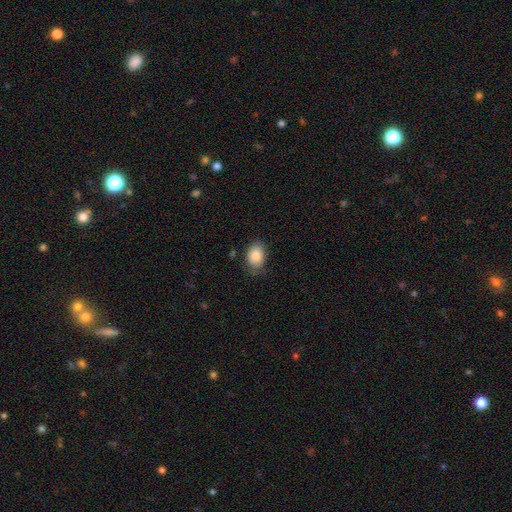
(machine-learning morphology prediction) Q: Smooth or featured?
A: smooth (87%); runner-up: star or artifact (7%)
Q: How rounded?
A: in between (80%); runner-up: round (19%)
Q: Merging?
A: none (72%); runner-up: minor disturbance (22%)